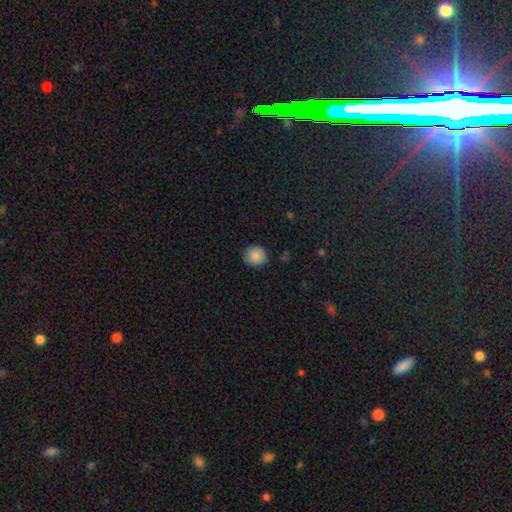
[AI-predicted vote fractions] This appears to be a smooth galaxy with no disk features (88%) that is round (92%). Merging: none (89%).